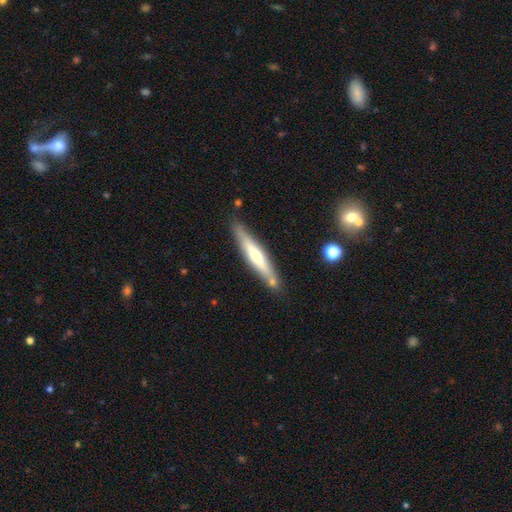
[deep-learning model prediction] Morphology: type=featured or disk (52%); edge-on=yes (93%); merging=none (81%).